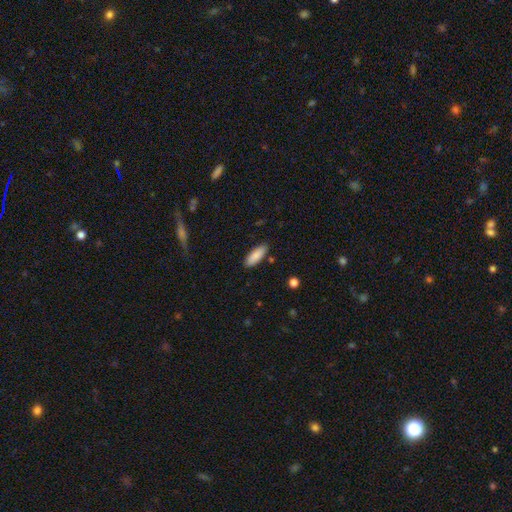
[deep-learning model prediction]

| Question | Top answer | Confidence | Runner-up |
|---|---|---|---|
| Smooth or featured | smooth | 87% | featured or disk (6%) |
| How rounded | in between | 67% | cigar-shaped (31%) |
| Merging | none | 87% | minor disturbance (9%) |